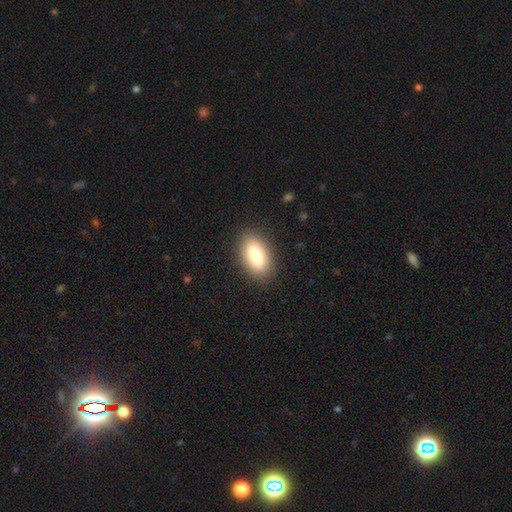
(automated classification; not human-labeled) A smooth galaxy with no disk features (81%) that is in between round and cigar-shaped (91%). Merging: none (87%).